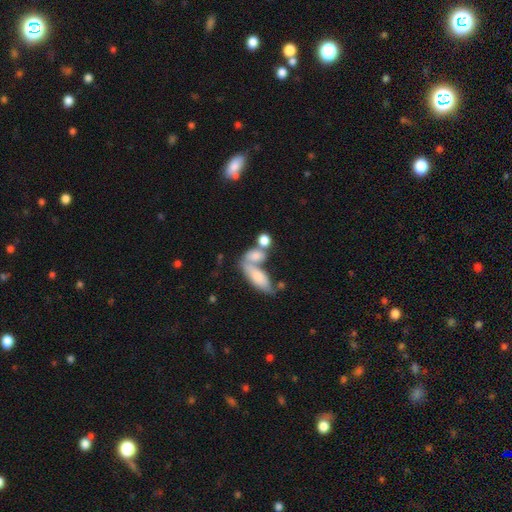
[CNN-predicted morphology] Q: Smooth or featured?
A: smooth (73%); runner-up: featured or disk (18%)
Q: How rounded?
A: in between (71%); runner-up: round (17%)
Q: Merging?
A: merger (54%); runner-up: none (28%)